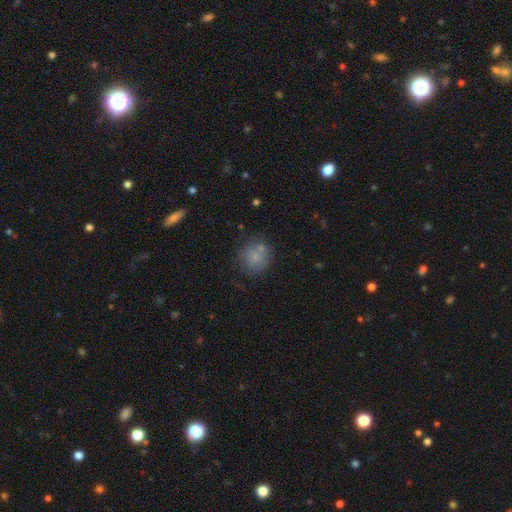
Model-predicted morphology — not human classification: Smooth or featured? smooth (76%)
How rounded? round (83%)
Merging? none (63%)